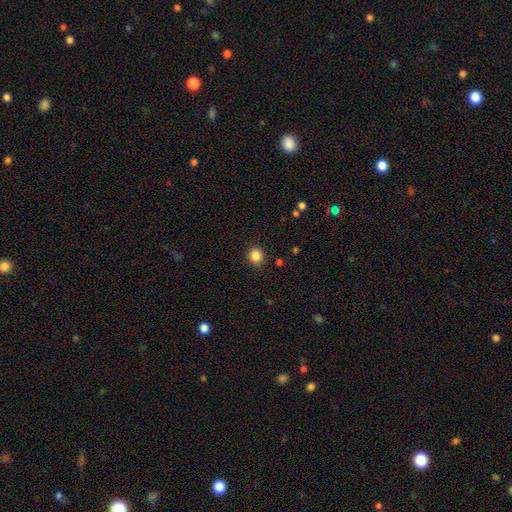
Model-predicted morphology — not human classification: This appears to be a smooth galaxy with no disk features (85%) that is round (82%). Merging: none (91%).